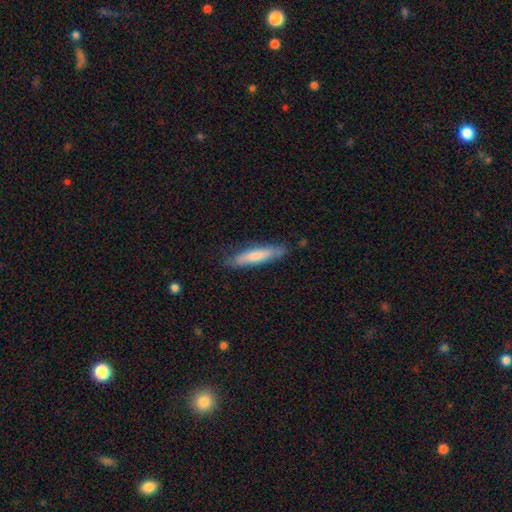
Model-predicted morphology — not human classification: smooth_or_featured: smooth (p=0.70) [alt: featured or disk p=0.25]
how_rounded: cigar-shaped (p=0.85) [alt: in between p=0.14]
merging: none (p=0.80) [alt: minor disturbance p=0.16]